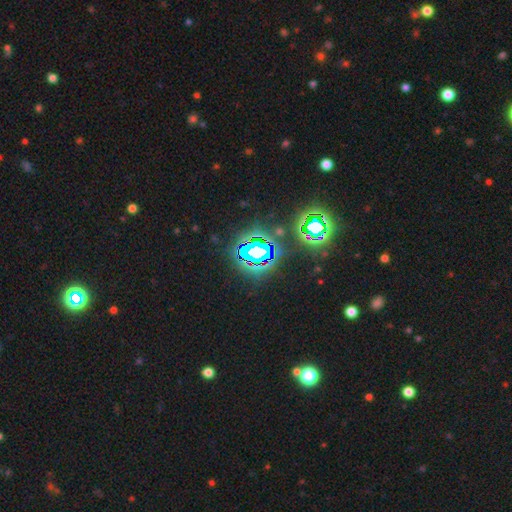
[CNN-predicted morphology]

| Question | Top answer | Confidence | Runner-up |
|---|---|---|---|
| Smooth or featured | star or artifact | 83% | smooth (10%) |